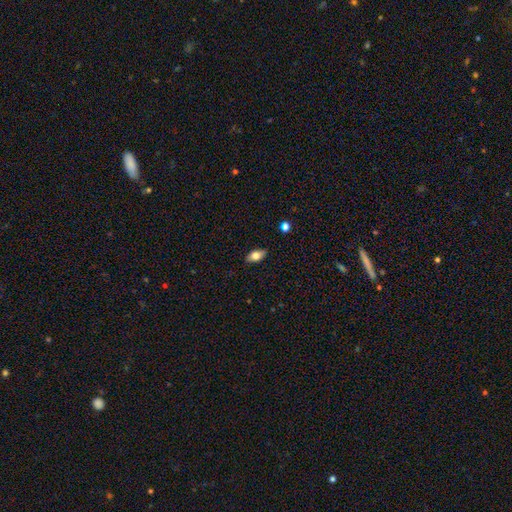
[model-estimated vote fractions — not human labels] Q: Smooth or featured?
A: smooth (72%); runner-up: featured or disk (20%)
Q: How rounded?
A: in between (89%); runner-up: cigar-shaped (6%)
Q: Merging?
A: none (87%); runner-up: minor disturbance (10%)